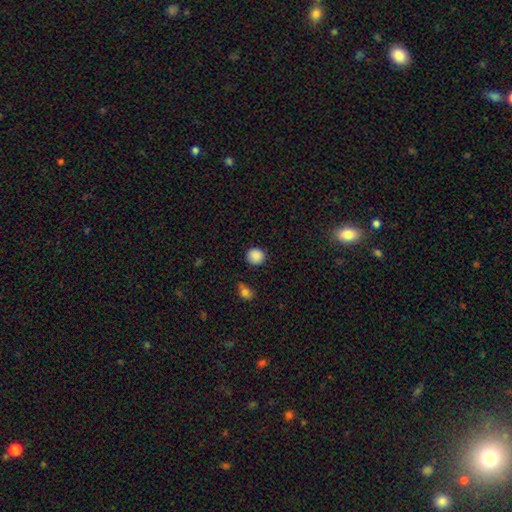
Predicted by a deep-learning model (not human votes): The model was most divided on "how rounded": round: 88%, in between: 11%, cigar-shaped: 1%. More confident: smooth or featured — smooth (88%); merging — none (87%).